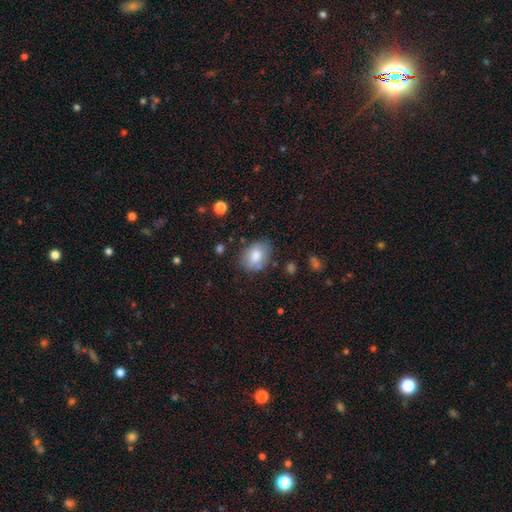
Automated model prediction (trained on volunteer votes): Morphology: type=smooth (77%); roundness=in between (71%); merging=none (72%).